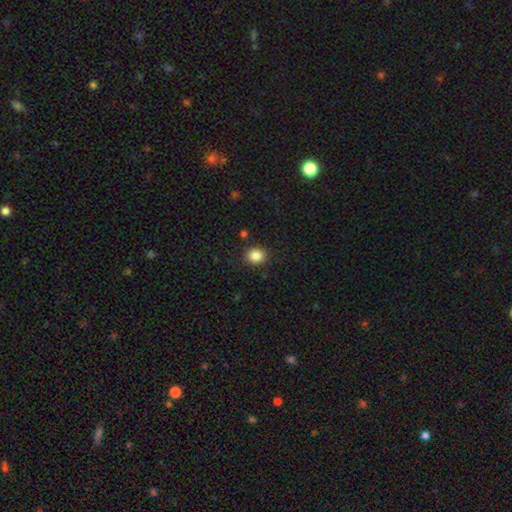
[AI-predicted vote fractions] This is clearly a smooth galaxy (86%). How rounded: likely round (73%). Merging: clearly none (89%).